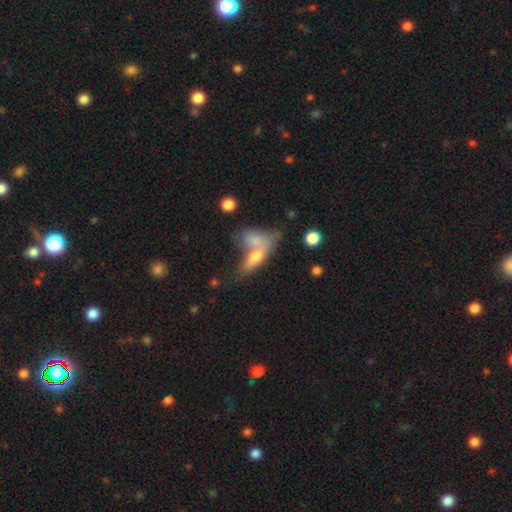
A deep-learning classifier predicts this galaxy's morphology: This is likely a smooth galaxy (66%). How rounded: likely in between (64%). Merging: possibly merger (54%).